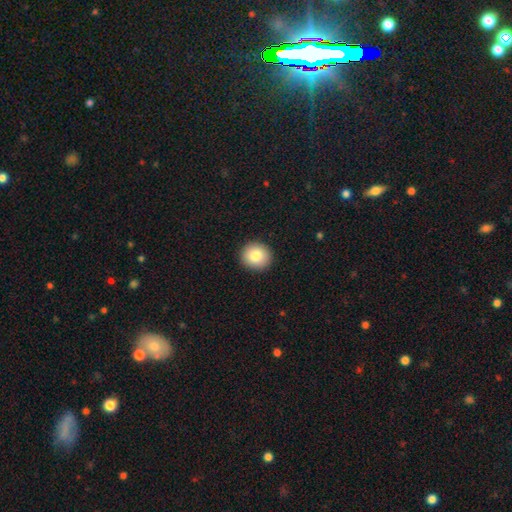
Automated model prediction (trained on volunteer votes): This is clearly a smooth galaxy (83%). How rounded: clearly round (89%). Merging: clearly none (92%).